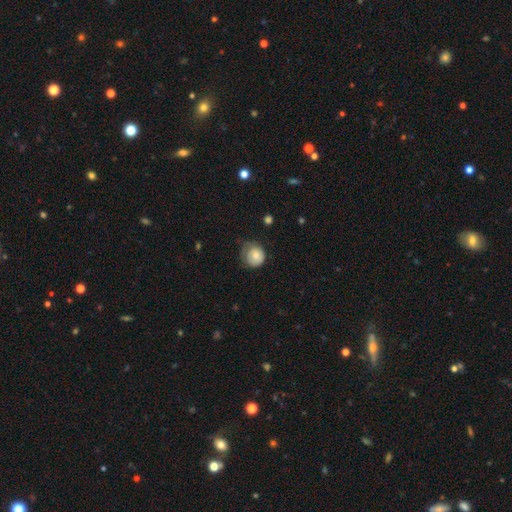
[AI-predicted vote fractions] Overall: smooth (75%). How rounded: round (83%). Merging: none (48%; minor disturbance 36%).